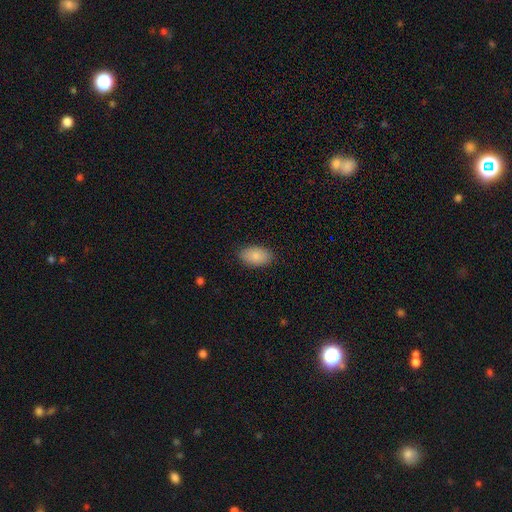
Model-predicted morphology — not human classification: This appears to be a smooth galaxy with no disk features (86%) that is in between round and cigar-shaped (93%). Merging: none (86%).